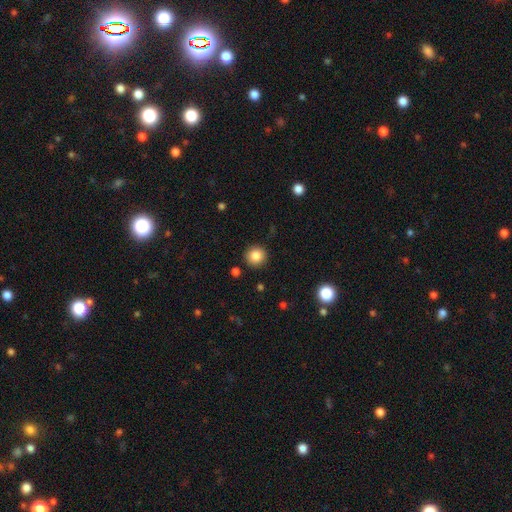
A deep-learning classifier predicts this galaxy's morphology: This appears to be a smooth galaxy with no disk features (85%) that is round (94%). Merging: none (90%).